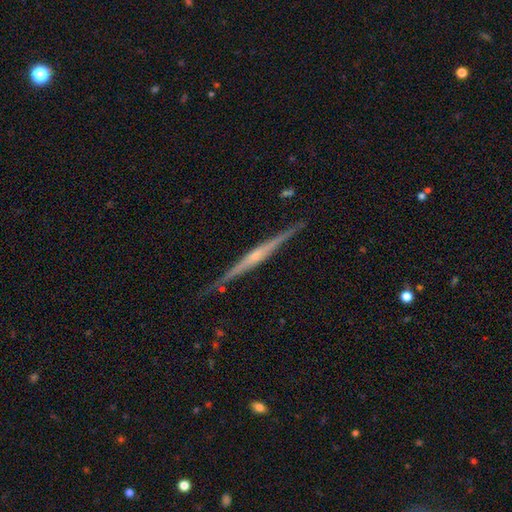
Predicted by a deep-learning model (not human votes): Q: Smooth or featured?
A: featured or disk (80%); runner-up: smooth (15%)
Q: Edge-on disk?
A: yes (98%); runner-up: no (2%)
Q: Edge-on bulge?
A: rounded (54%); runner-up: none (32%)
Q: Merging?
A: none (87%); runner-up: minor disturbance (9%)